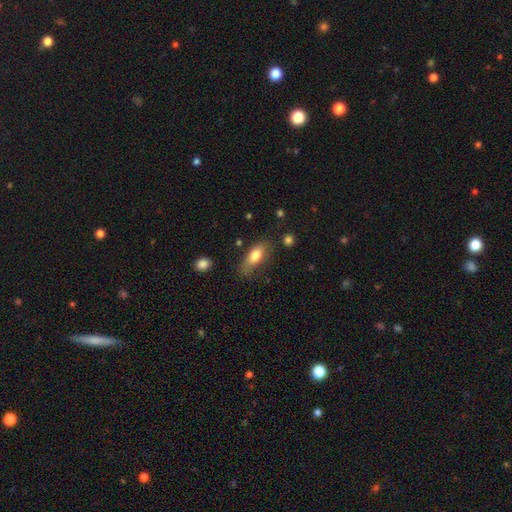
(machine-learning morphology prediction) Smooth or featured: smooth — 78% (featured or disk — 15%)
How rounded: in between — 80% (cigar-shaped — 17%)
Merging: none — 62% (minor disturbance — 25%)